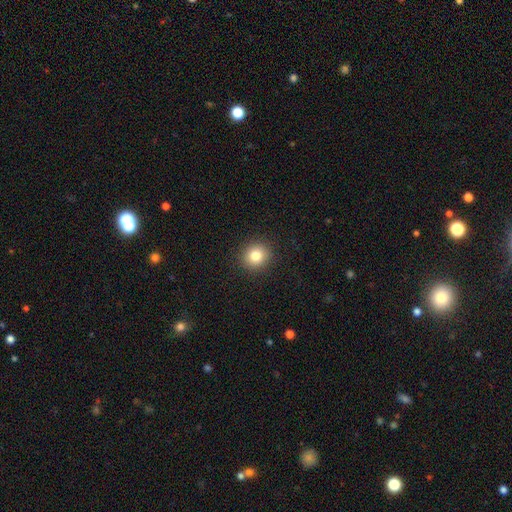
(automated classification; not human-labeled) Overall: smooth (82%). How rounded: round (87%). Merging: none (92%).